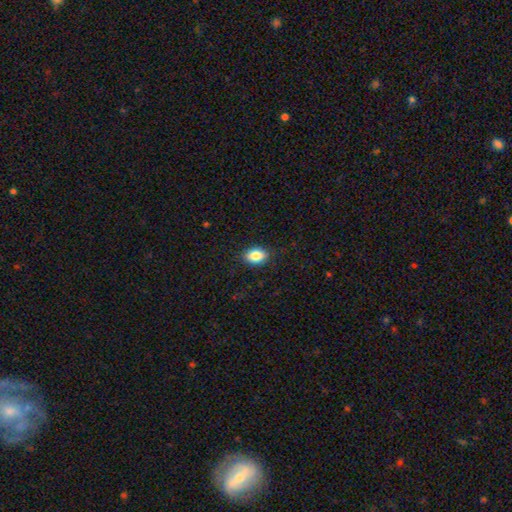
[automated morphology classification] Q: Smooth or featured?
A: smooth (85%); runner-up: star or artifact (8%)
Q: How rounded?
A: in between (80%); runner-up: round (19%)
Q: Merging?
A: none (87%); runner-up: minor disturbance (10%)